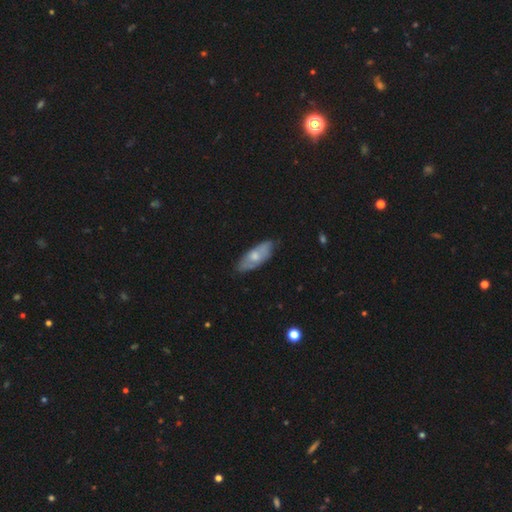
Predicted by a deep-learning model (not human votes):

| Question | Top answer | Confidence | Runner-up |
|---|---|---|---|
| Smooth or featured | smooth | 56% | featured or disk (39%) |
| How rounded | in between | 77% | cigar-shaped (21%) |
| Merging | none | 71% | minor disturbance (23%) |